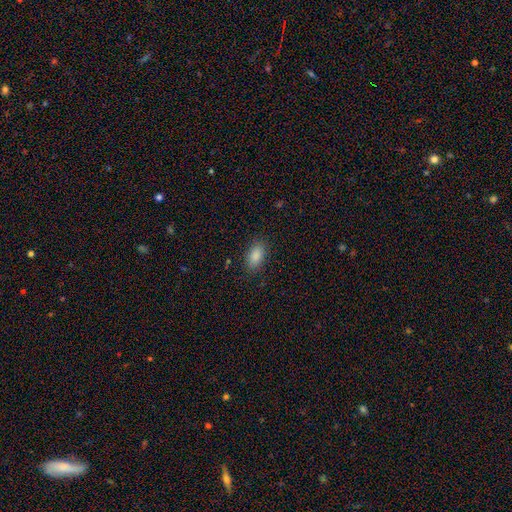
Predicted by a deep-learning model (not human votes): Morphology: type=smooth (87%); roundness=in between (92%); merging=none (86%).